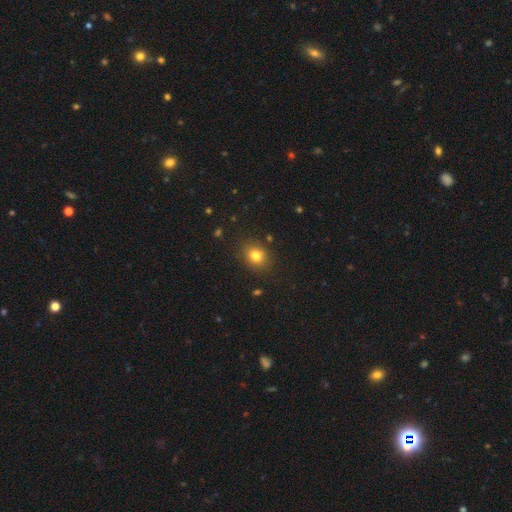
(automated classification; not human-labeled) This appears to be a smooth galaxy with no disk features (79%) that is round (58%). Merging: none (84%).